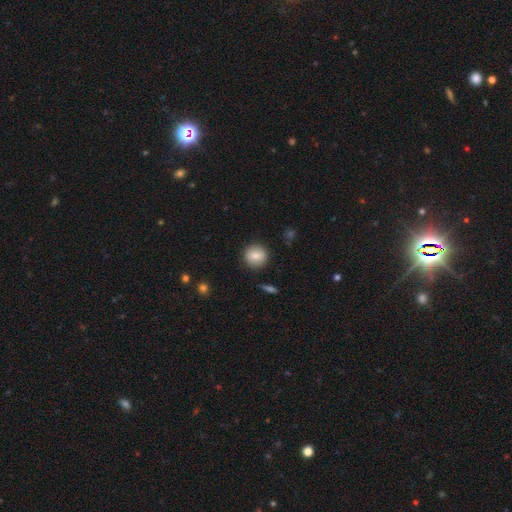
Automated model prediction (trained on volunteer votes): Smooth or featured: smooth — 81% (featured or disk — 11%)
How rounded: round — 88% (in between — 11%)
Merging: none — 89% (minor disturbance — 8%)